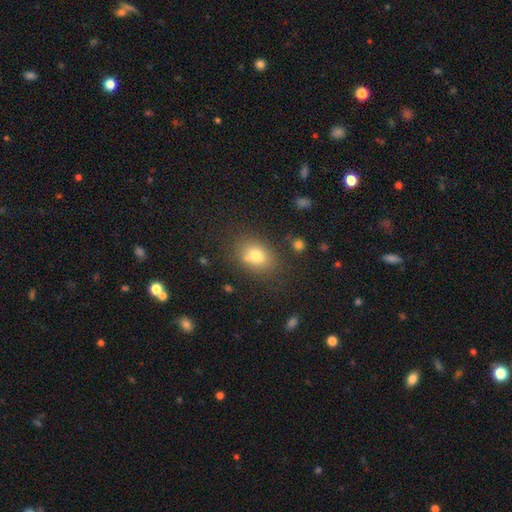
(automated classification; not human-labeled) Morphology: type=smooth (75%); roundness=in between (65%); merging=none (70%).